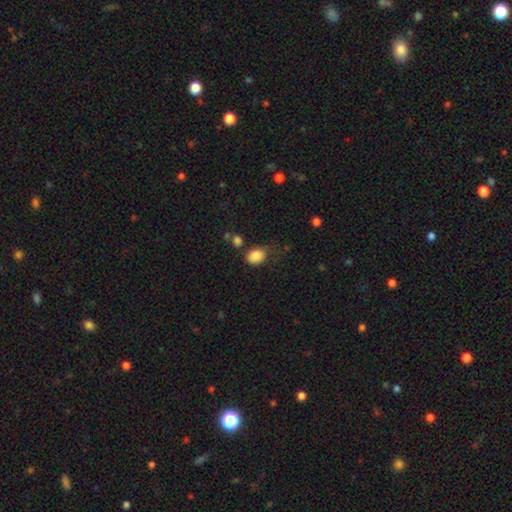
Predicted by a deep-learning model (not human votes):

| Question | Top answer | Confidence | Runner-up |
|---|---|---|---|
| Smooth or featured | smooth | 85% | star or artifact (9%) |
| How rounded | in between | 57% | round (42%) |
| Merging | none | 58% | minor disturbance (26%) |